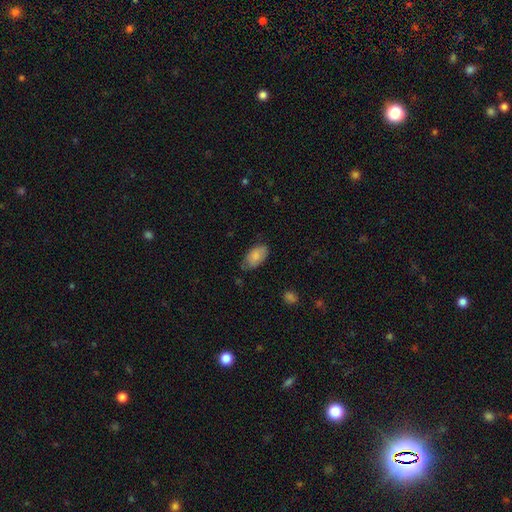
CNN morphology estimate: A smooth galaxy with no disk features (82%) that is in between round and cigar-shaped (94%).

Vote fractions:
- Smooth or featured? smooth: 82% / featured or disk: 12% / star or artifact: 6%
- How rounded? in between: 94% / round: 4% / cigar-shaped: 2%
- Merging? none: 66% / minor disturbance: 27% / major disturbance: 5% / merger: 2%